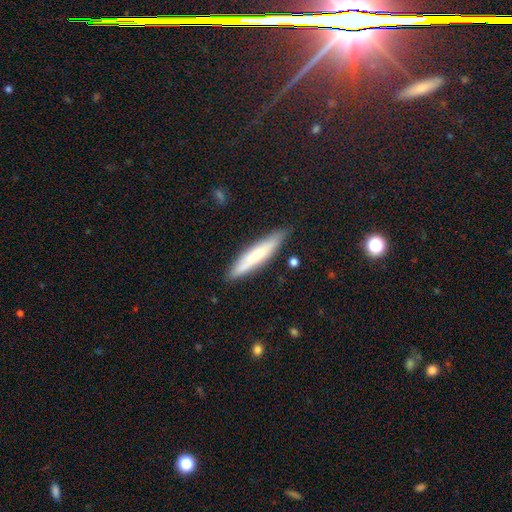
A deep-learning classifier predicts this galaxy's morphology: This appears to be a smooth galaxy with no disk features (60%) that is cigar-shaped (86%). Merging: none (85%).